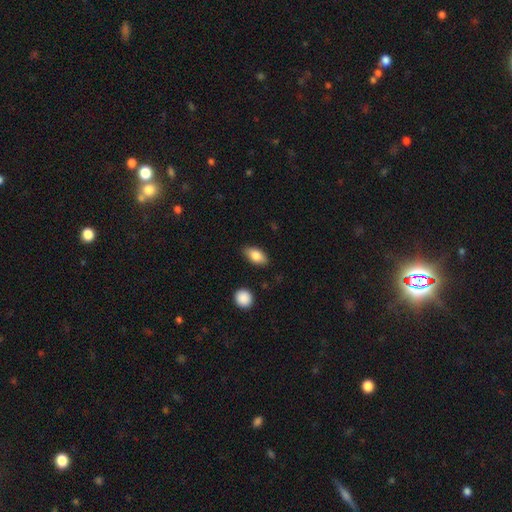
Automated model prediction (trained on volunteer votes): A smooth galaxy with no disk features (82%) that is in between round and cigar-shaped (89%).

Vote fractions:
- Smooth or featured? smooth: 82% / featured or disk: 11% / star or artifact: 7%
- How rounded? in between: 89% / cigar-shaped: 6% / round: 4%
- Merging? none: 84% / minor disturbance: 11% / major disturbance: 2% / merger: 2%